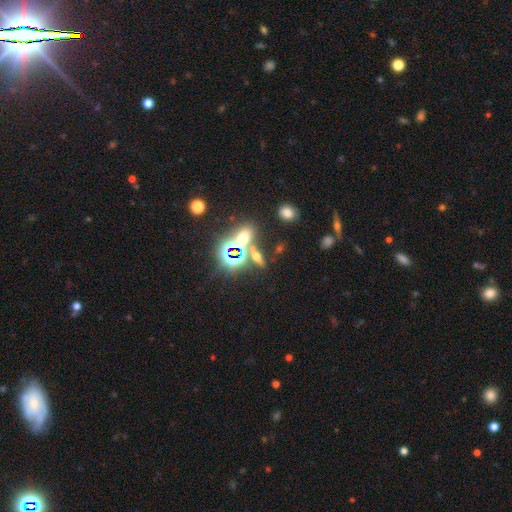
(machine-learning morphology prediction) Smooth or featured?
  - star or artifact: 47% *
  - smooth: 35%
  - featured or disk: 17%